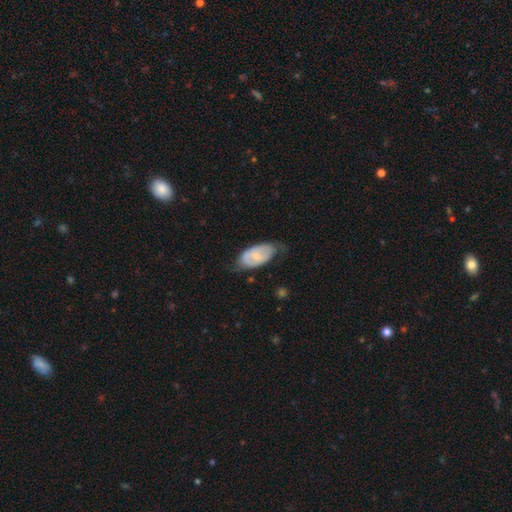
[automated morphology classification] smooth_or_featured: smooth (p=0.50) [alt: featured or disk p=0.44]
how_rounded: in between (p=0.93) [alt: round p=0.04]
merging: none (p=0.49) [alt: minor disturbance p=0.36]